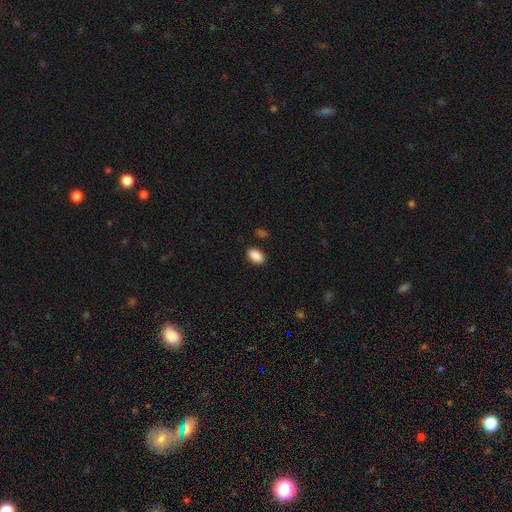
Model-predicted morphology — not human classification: Smooth or featured? smooth (90%)
How rounded? in between (92%)
Merging? none (87%)